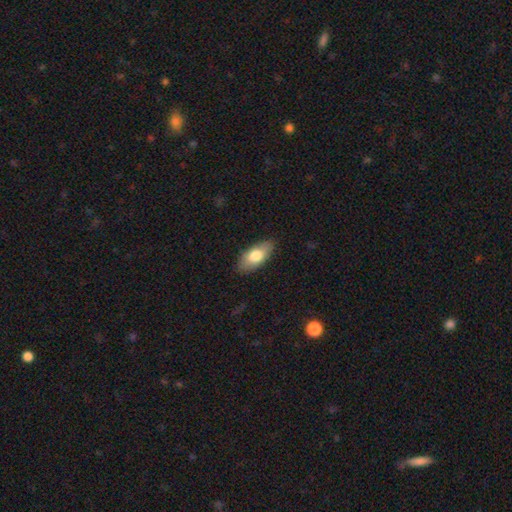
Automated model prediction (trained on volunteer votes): The model was most divided on "smooth or featured": smooth: 75%, featured or disk: 19%, star or artifact: 6%. More confident: how rounded — in between (89%); merging — none (86%).